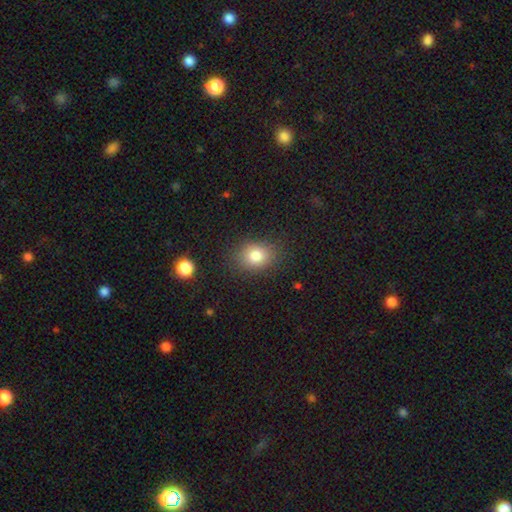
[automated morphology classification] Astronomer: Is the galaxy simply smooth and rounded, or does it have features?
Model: smooth — 81%.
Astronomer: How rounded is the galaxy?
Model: in between — 52% (runner-up: round, 47%).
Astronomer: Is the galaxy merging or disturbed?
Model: none — 83%.